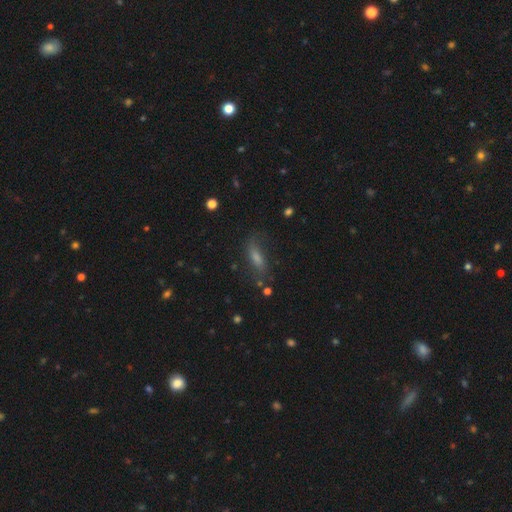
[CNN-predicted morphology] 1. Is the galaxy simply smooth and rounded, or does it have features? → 54% smooth, 29% featured or disk, 18% star or artifact.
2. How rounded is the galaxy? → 49% in between, 47% cigar-shaped, 4% round.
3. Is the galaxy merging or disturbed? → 67% none, 20% minor disturbance, 9% major disturbance, 4% merger.